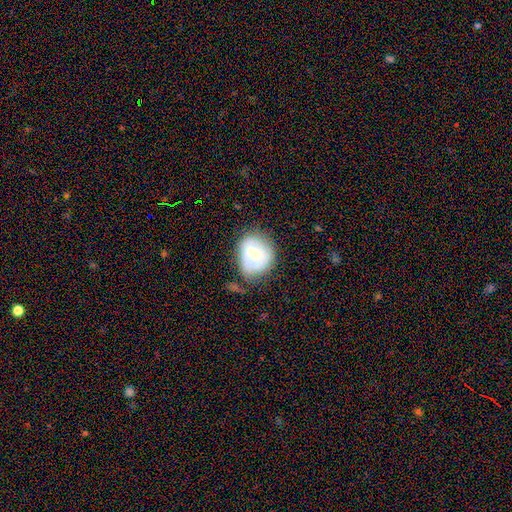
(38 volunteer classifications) Smooth or featured? 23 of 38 (61%) said smooth. How rounded? 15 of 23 (65%) said round. Merging? 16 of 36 (44%) said merger.